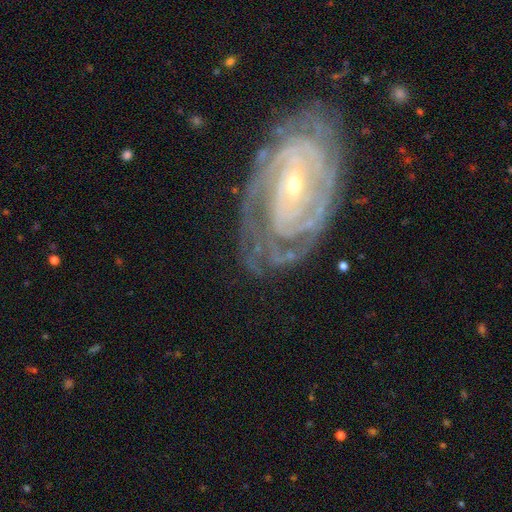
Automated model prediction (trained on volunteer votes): Smooth or featured: featured or disk — 86% (smooth — 7%)
Edge-on disk: no — 95% (yes — 5%)
Bar: no — 47% (weak — 33%)
Spiral arms: yes — 94% (no — 6%)
Spiral winding: tight — 80% (medium — 16%)
Spiral arm count: can't tell — 38% (2 — 21%)
Bulge size: small — 72% (moderate — 25%)
Merging: none — 74% (minor disturbance — 17%)